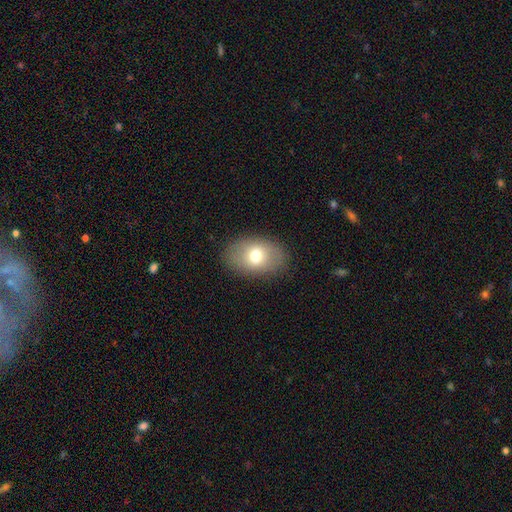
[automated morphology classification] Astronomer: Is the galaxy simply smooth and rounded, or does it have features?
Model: smooth — 72%.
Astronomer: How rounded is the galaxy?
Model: in between — 83%.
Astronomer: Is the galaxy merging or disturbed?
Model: none — 86%.